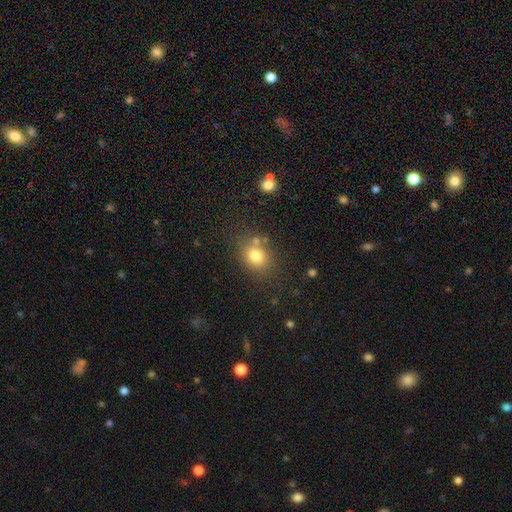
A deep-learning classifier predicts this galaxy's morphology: A smooth galaxy with no disk features (79%) that is round (52%). Merging: none (72%).